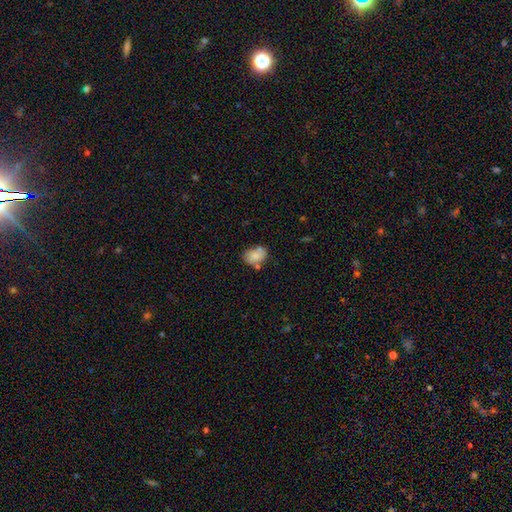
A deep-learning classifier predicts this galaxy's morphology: Q: Smooth or featured?
A: smooth (79%); runner-up: featured or disk (13%)
Q: How rounded?
A: in between (75%); runner-up: round (24%)
Q: Merging?
A: none (59%); runner-up: minor disturbance (20%)